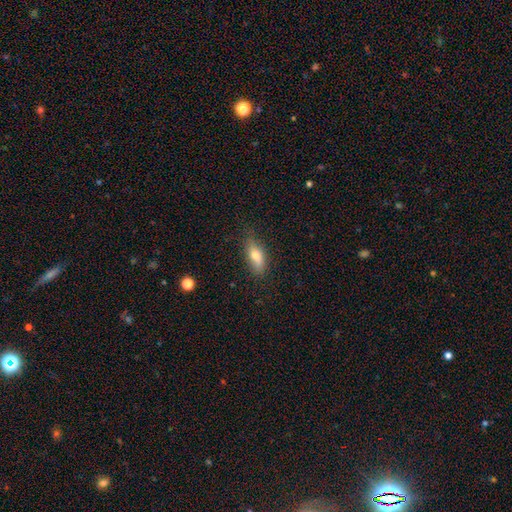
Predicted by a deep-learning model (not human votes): Smooth or featured? Predicted: smooth (p=0.69). How rounded? Predicted: in between (p=0.73). Merging? Predicted: none (p=0.76).